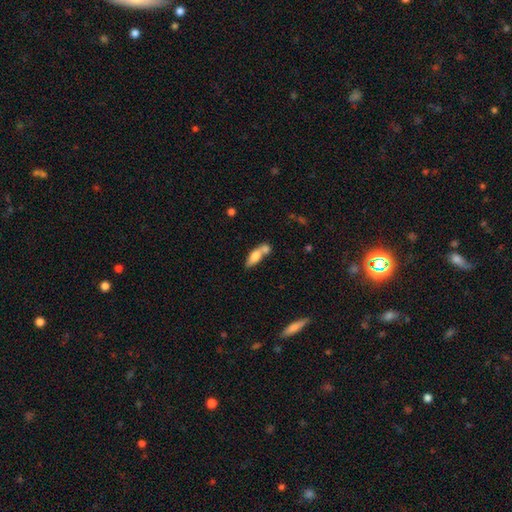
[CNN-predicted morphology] type=smooth (68%); roundness=in between (59%); merging=merger (48%).